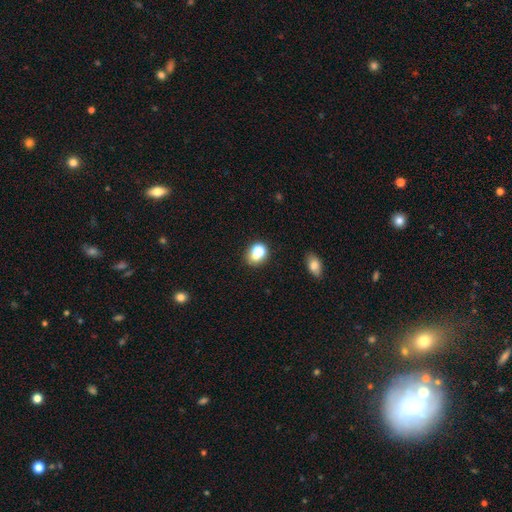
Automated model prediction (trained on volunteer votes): The model was most divided on "how rounded": round: 54%, in between: 45%, cigar-shaped: 1%. Remaining: smooth or featured — smooth (74%); merging — none (49%).